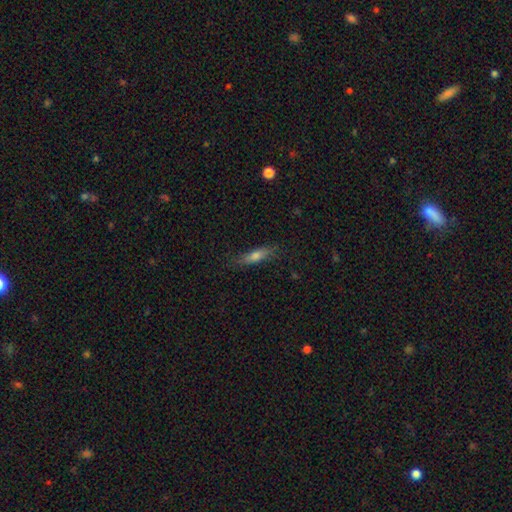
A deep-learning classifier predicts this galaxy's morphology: Smooth or featured: smooth — 65% (featured or disk — 27%)
How rounded: cigar-shaped — 66% (in between — 31%)
Merging: none — 78% (minor disturbance — 16%)